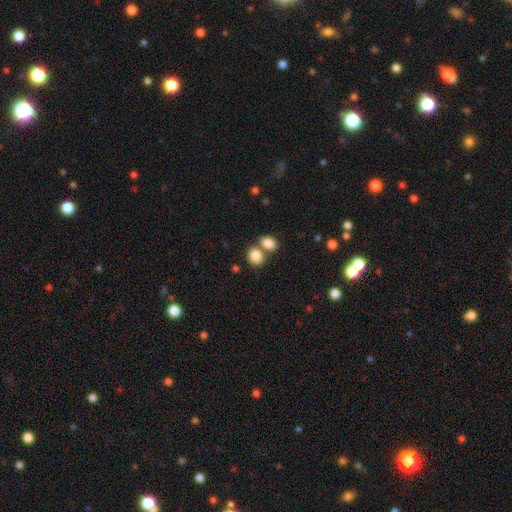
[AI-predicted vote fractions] Smooth or featured? smooth (85%)
How rounded? round (61%)
Merging? none (48%)